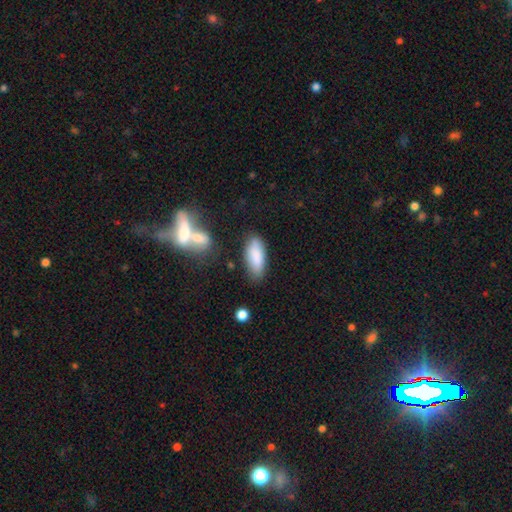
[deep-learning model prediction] This appears to be a smooth galaxy with no disk features (86%) that is in between round and cigar-shaped (75%). Merging: none (75%).